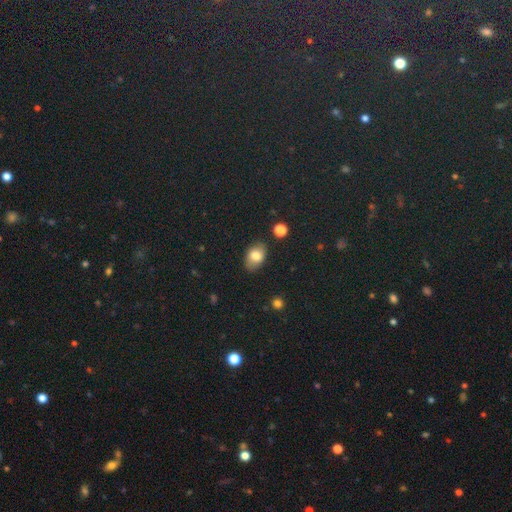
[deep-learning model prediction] Overall: smooth (79%). How rounded: in between (83%). Merging: none (83%).